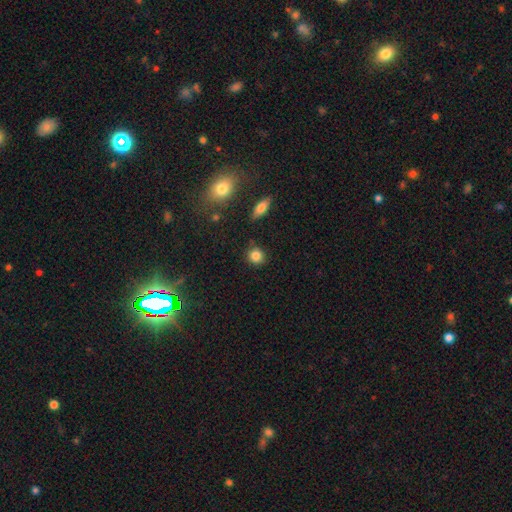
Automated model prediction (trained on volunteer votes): This appears to be a smooth galaxy with no disk features (84%) that is round (88%). Merging: none (86%).